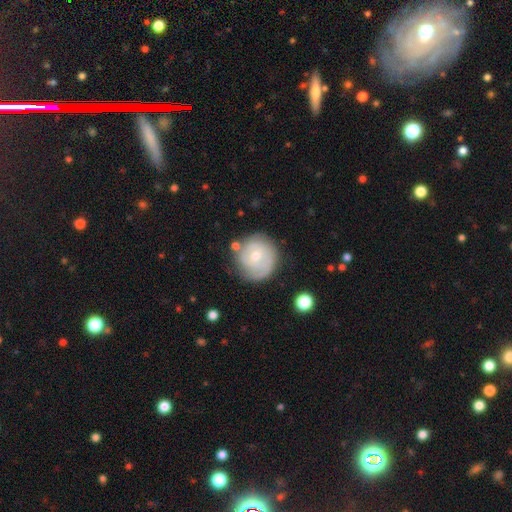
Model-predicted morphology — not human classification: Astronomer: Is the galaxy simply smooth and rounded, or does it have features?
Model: featured or disk — 60%.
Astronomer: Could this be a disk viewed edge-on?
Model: no — 97%.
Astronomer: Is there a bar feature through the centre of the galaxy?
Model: no — 71%.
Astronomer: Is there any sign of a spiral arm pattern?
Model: yes — 74%.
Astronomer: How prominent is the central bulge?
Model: small — 53% (runner-up: moderate, 43%).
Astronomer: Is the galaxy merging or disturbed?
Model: none — 71%.